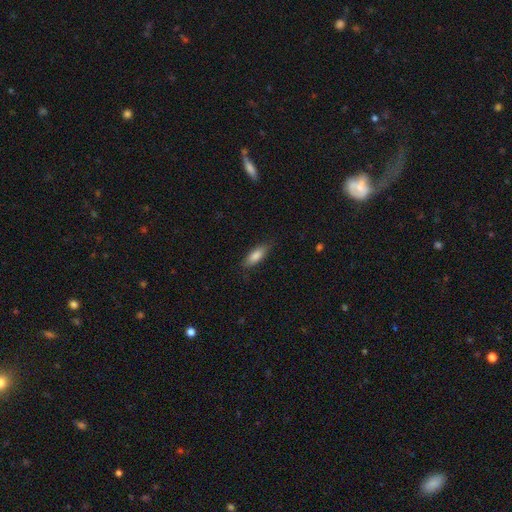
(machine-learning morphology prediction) Overall: smooth (80%). How rounded: in between (61%; cigar-shaped 37%). Merging: none (81%).